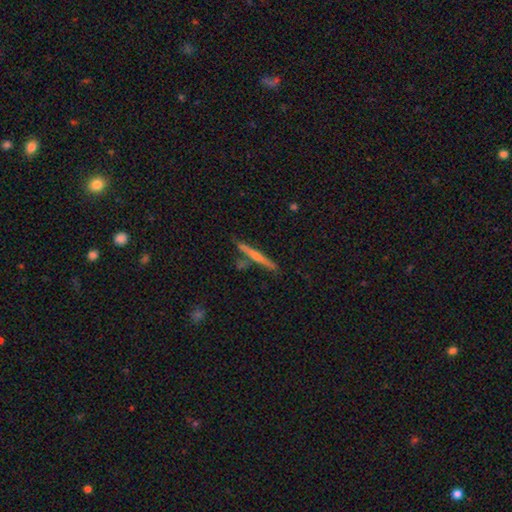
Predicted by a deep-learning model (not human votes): This is likely a featured or disk galaxy (61%). It is clearly viewed edge-on (97%). Edge-on bulge: possibly rounded (60%). Merging: clearly none (82%).